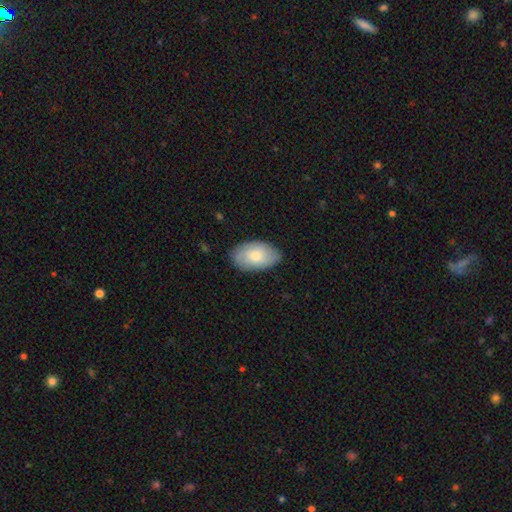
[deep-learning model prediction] Morphology: type=smooth (69%); roundness=in between (94%); merging=none (82%).